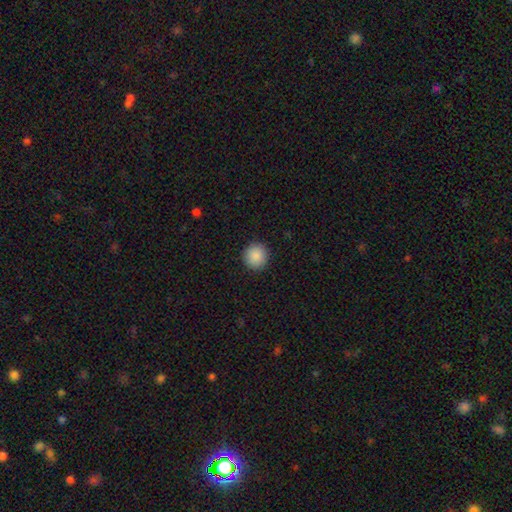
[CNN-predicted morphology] smooth-or-featured: smooth: 88% | star or artifact: 8% | featured or disk: 4%
  how-rounded: round: 94% | in between: 5% | cigar-shaped: 1%
  merging: none: 92% | minor disturbance: 5% | major disturbance: 2% | merger: 1%